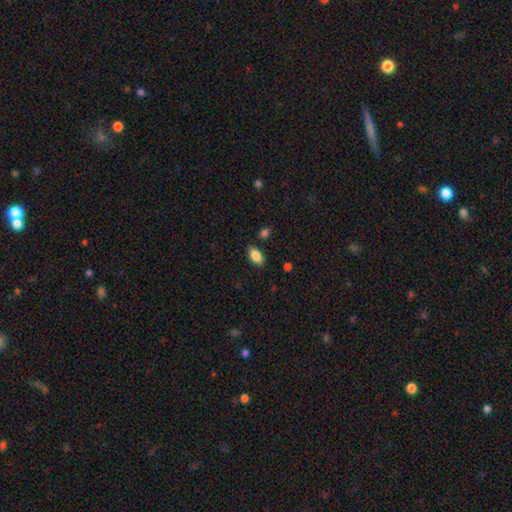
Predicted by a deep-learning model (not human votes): Q: Smooth or featured?
A: smooth (86%); runner-up: star or artifact (8%)
Q: How rounded?
A: in between (91%); runner-up: round (5%)
Q: Merging?
A: none (84%); runner-up: minor disturbance (11%)